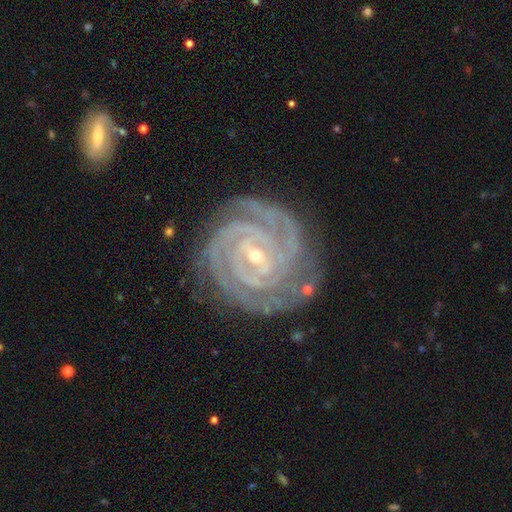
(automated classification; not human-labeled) Smooth or featured? Predicted: featured or disk (p=0.92). Edge-on disk? Predicted: no (p=0.98). Bar? Predicted: weak (p=0.44). Spiral arms? Predicted: yes (p=0.99). Spiral winding? Predicted: tight (p=0.84). Spiral arm count? Predicted: 3 (p=0.27). Bulge size? Predicted: small (p=0.73). Merging? Predicted: none (p=0.78).